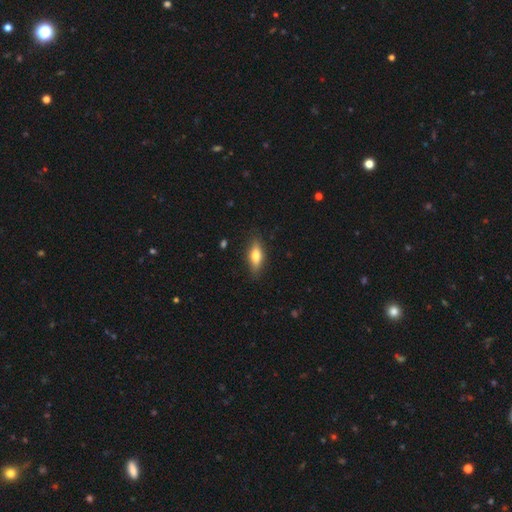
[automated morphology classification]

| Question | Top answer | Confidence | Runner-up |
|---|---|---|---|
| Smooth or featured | smooth | 68% | featured or disk (25%) |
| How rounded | in between | 65% | cigar-shaped (32%) |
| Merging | none | 85% | minor disturbance (12%) |